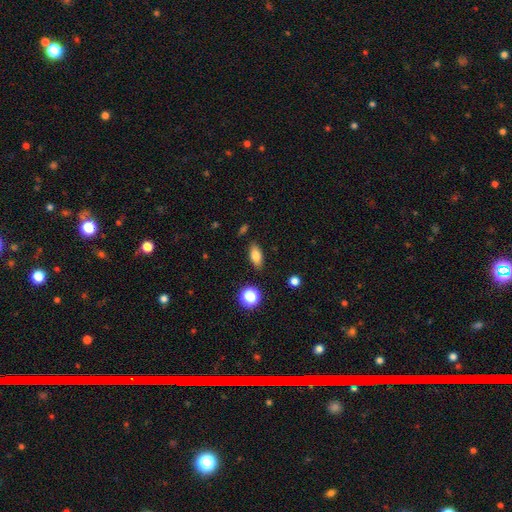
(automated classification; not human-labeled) The model was most divided on "smooth or featured": smooth: 80%, star or artifact: 11%, featured or disk: 10%. More confident: merging — none (85%); how rounded — in between (82%).